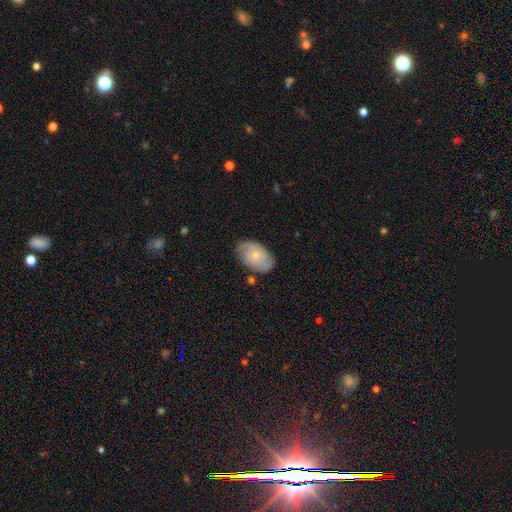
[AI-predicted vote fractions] The model was most divided on "smooth or featured": featured or disk: 57%, smooth: 37%, star or artifact: 6%. More confident: edge-on disk — no (95%); bar — no (81%); spiral arms — yes (79%); merging — none (72%); bulge size — small (61%).